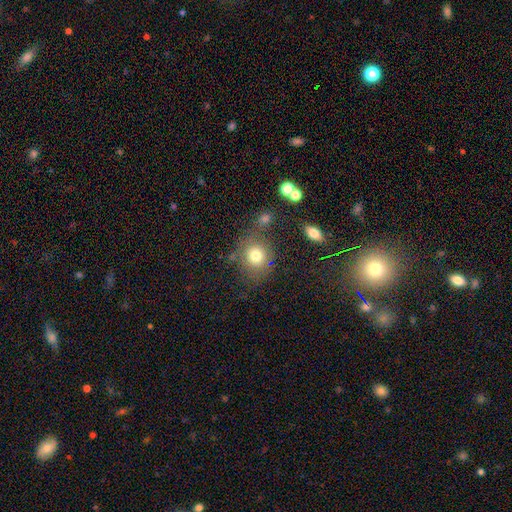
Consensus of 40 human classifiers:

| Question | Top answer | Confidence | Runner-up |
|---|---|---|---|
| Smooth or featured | smooth | 78% | featured or disk (12%) |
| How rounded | round | 84% | in between (16%) |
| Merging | none | 64% | merger (19%) |